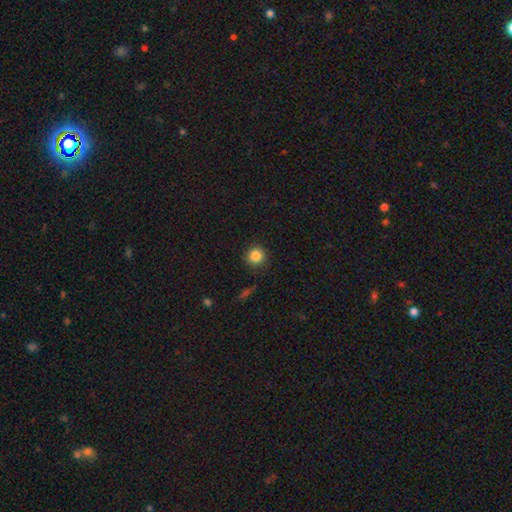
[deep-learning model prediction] This is clearly a smooth galaxy (85%). How rounded: clearly round (94%). Merging: clearly none (90%).